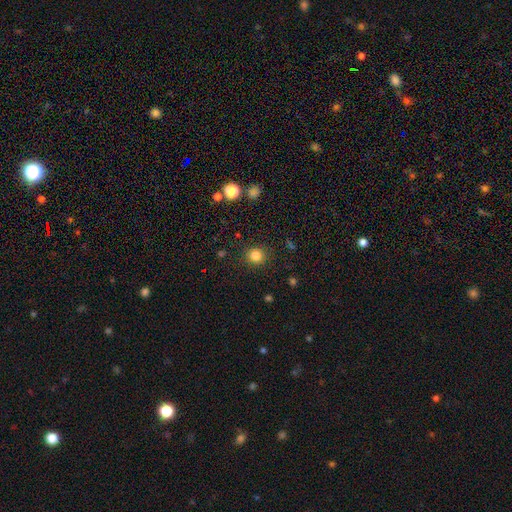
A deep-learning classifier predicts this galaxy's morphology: The model was most divided on "smooth or featured": smooth: 82%, star or artifact: 13%, featured or disk: 5%. More confident: merging — none (90%); how rounded — round (90%).